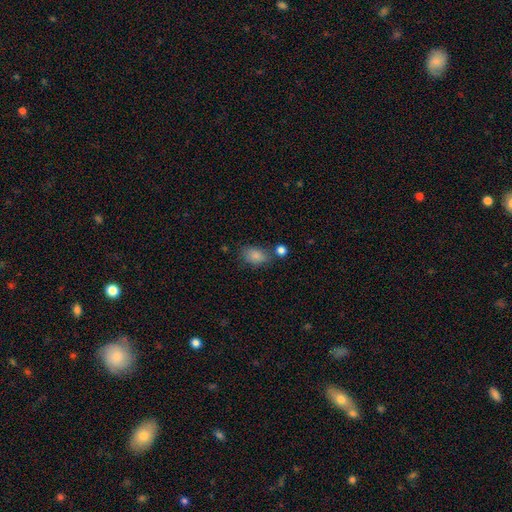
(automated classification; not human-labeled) smooth_or_featured: smooth (p=0.84) [alt: star or artifact p=0.09]
how_rounded: in between (p=0.81) [alt: round p=0.18]
merging: none (p=0.62) [alt: minor disturbance p=0.21]